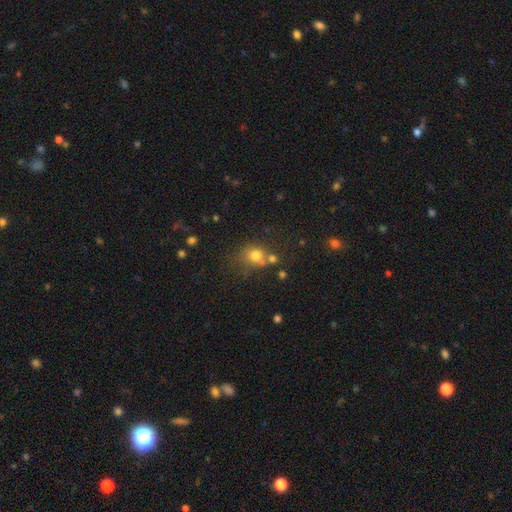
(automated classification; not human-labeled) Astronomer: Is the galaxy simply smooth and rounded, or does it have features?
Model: smooth — 73%.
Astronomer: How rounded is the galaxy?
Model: round — 74%.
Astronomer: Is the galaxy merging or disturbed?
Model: none — 53%.